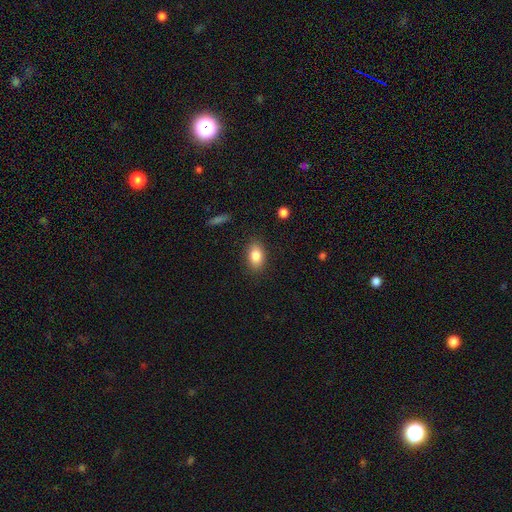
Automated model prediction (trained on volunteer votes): A smooth galaxy with no disk features (84%) that is in between round and cigar-shaped (86%). Merging: none (86%).